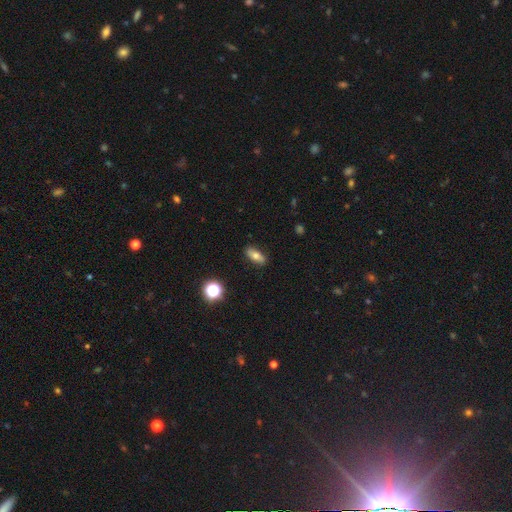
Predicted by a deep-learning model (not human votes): A smooth galaxy with no disk features (71%) that is in between round and cigar-shaped (72%).

Vote fractions:
- Smooth or featured? smooth: 71% / featured or disk: 19% / star or artifact: 10%
- How rounded? in between: 72% / cigar-shaped: 22% / round: 6%
- Merging? none: 88% / minor disturbance: 9% / major disturbance: 2% / merger: 1%